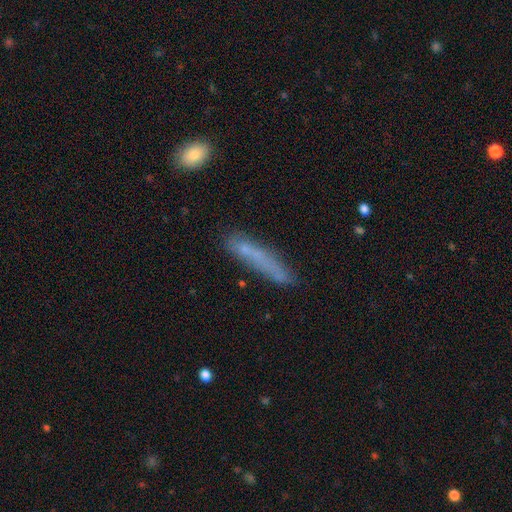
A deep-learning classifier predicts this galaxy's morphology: smooth_or_featured: smooth (p=0.61) [alt: featured or disk p=0.28]
how_rounded: cigar-shaped (p=0.91) [alt: in between p=0.08]
merging: none (p=0.67) [alt: minor disturbance p=0.20]